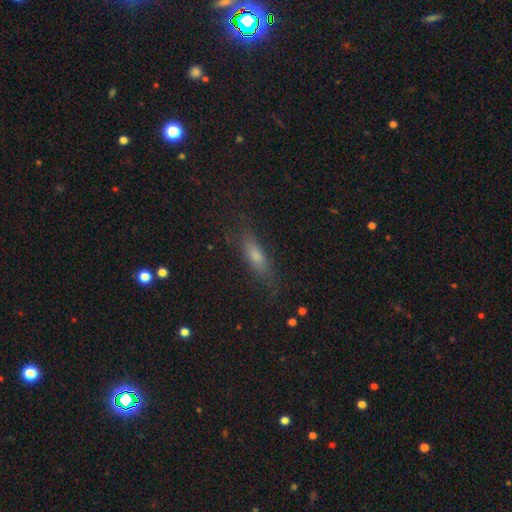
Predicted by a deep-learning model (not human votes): Morphology: type=smooth (67%); roundness=cigar-shaped (56%); merging=none (73%).